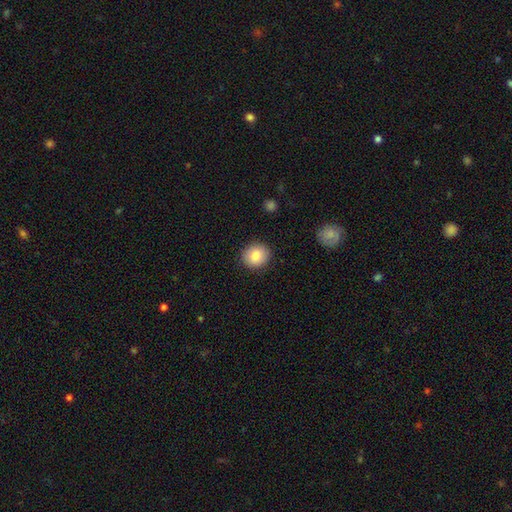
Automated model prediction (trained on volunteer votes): Q: Smooth or featured?
A: smooth (83%); runner-up: featured or disk (8%)
Q: How rounded?
A: round (80%); runner-up: in between (20%)
Q: Merging?
A: none (89%); runner-up: minor disturbance (7%)